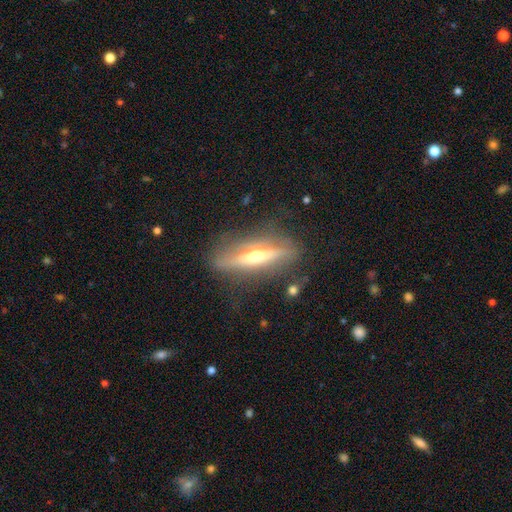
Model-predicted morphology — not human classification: featured or disk 69%, smooth 25%, star or artifact 6%. Down the decision tree: edge-on disk — yes (88%); edge-on bulge — rounded (87%); merging — none (75%).